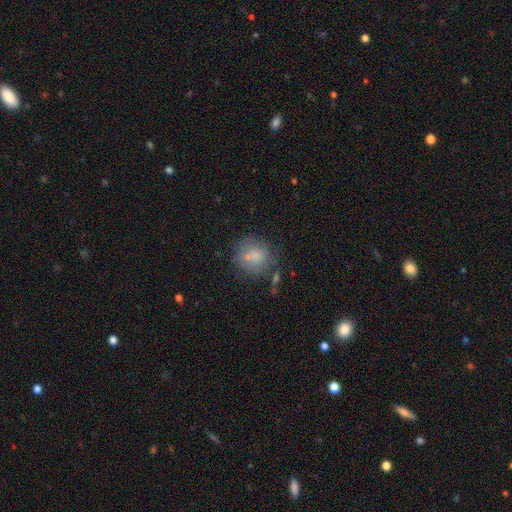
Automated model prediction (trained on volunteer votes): Smooth or featured? smooth (67%)
How rounded? round (75%)
Merging? none (68%)